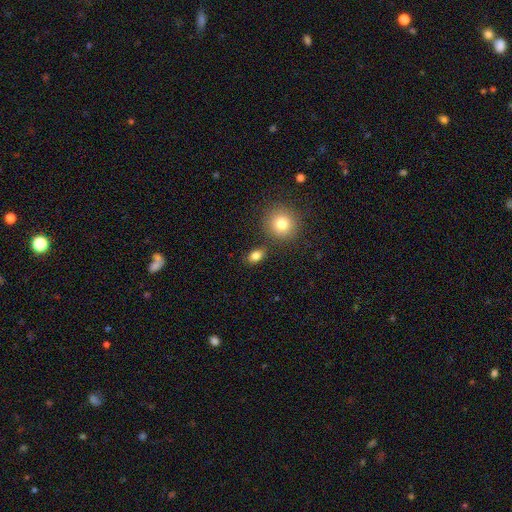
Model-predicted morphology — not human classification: Smooth or featured? smooth (83%)
How rounded? in between (76%)
Merging? none (80%)